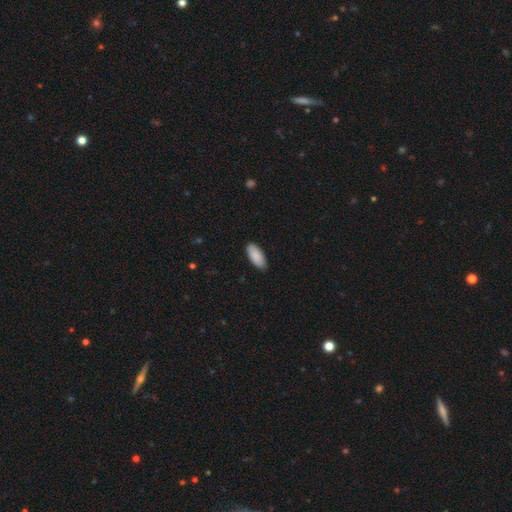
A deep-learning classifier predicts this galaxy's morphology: type=smooth (89%); roundness=in between (88%); merging=none (87%).